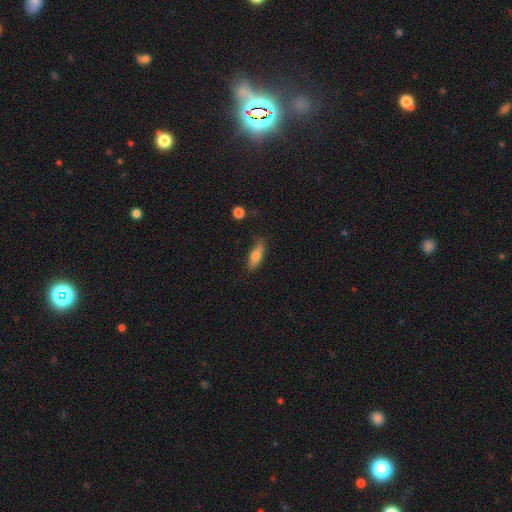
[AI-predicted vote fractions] smooth_or_featured: smooth (p=0.73) [alt: featured or disk p=0.20]
how_rounded: in between (p=0.58) [alt: cigar-shaped p=0.40]
merging: none (p=0.73) [alt: minor disturbance p=0.20]